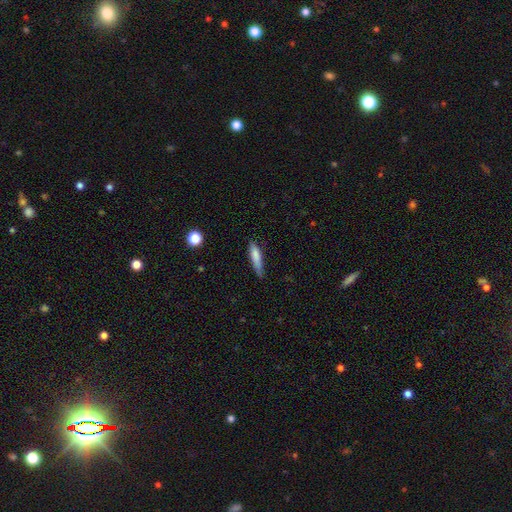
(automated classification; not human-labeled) smooth-or-featured: smooth: 77% | featured or disk: 16% | star or artifact: 7%
  how-rounded: cigar-shaped: 81% | in between: 18% | round: 2%
  merging: none: 66% | minor disturbance: 28% | major disturbance: 5% | merger: 2%